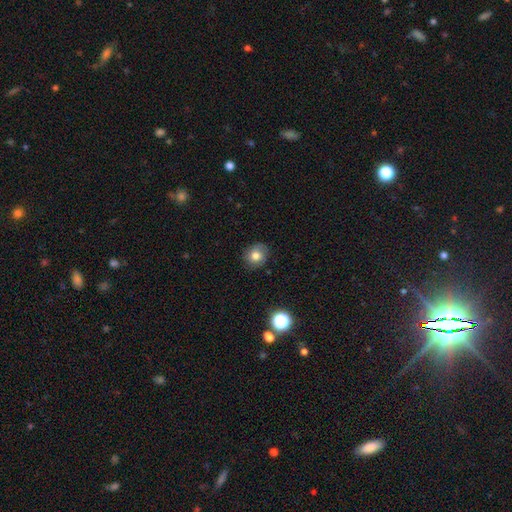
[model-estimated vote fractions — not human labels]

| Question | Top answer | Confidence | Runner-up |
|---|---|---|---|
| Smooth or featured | smooth | 76% | featured or disk (13%) |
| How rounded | round | 76% | in between (23%) |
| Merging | none | 84% | minor disturbance (12%) |